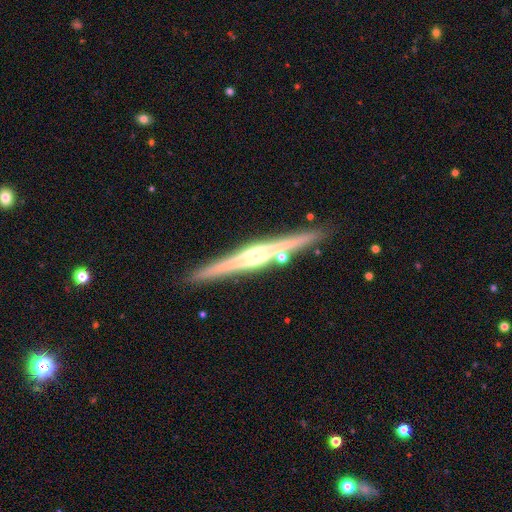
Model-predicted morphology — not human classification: smooth-or-featured: featured or disk: 83% | smooth: 12% | star or artifact: 6%
  disk-edge-on: yes: 98% | no: 2%
    edge-on-bulge: rounded: 78% | boxy: 15% | none: 6%
  merging: none: 87% | minor disturbance: 8% | merger: 3% | major disturbance: 2%